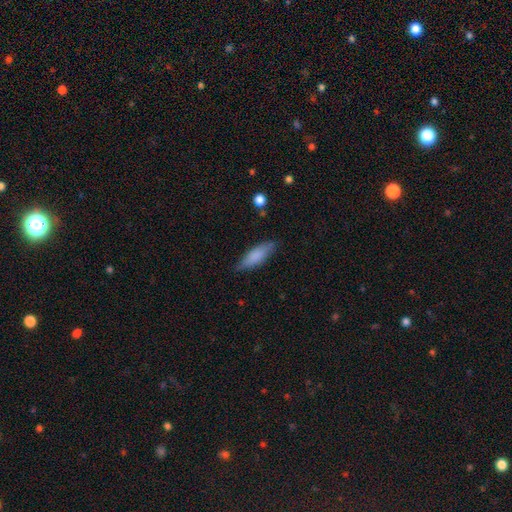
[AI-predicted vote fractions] This is clearly a smooth galaxy (82%). How rounded: possibly in between (56%). Merging: likely none (79%).